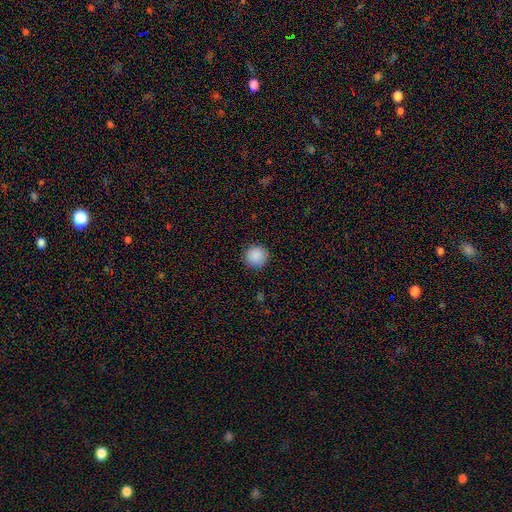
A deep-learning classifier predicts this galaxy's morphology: This is clearly a smooth galaxy (89%). How rounded: clearly round (93%). Merging: clearly none (91%).